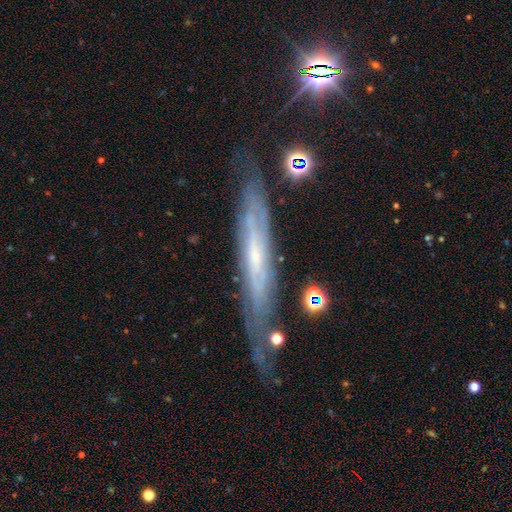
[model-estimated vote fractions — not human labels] Smooth or featured? Predicted: featured or disk (p=0.73). Edge-on disk? Predicted: yes (p=0.65). Merging? Predicted: none (p=0.69).